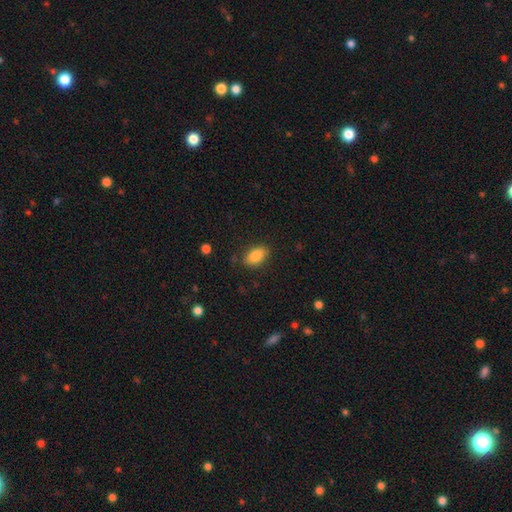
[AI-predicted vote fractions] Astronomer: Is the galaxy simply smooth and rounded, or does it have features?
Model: smooth — 86%.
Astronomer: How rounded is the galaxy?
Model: in between — 90%.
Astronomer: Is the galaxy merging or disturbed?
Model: none — 83%.